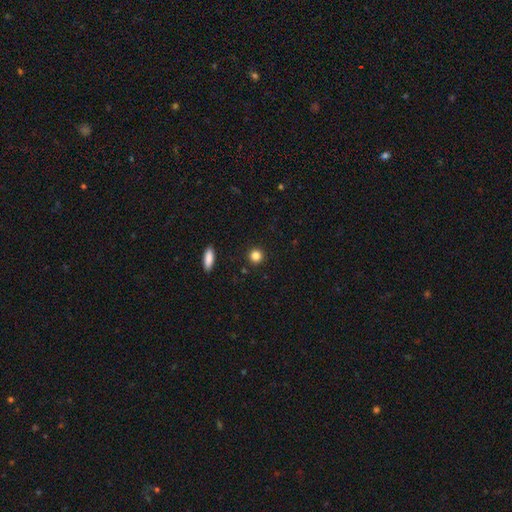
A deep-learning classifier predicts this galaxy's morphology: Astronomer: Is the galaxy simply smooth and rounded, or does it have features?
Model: smooth — 84%.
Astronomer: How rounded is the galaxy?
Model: round — 92%.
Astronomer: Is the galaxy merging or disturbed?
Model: none — 92%.